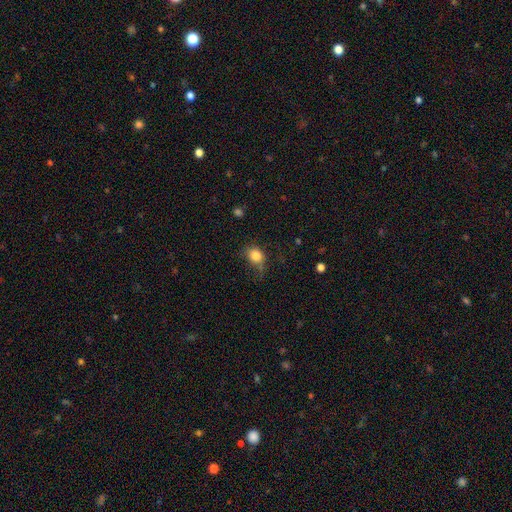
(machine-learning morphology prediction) type=smooth (82%); roundness=round (65%); merging=none (55%).